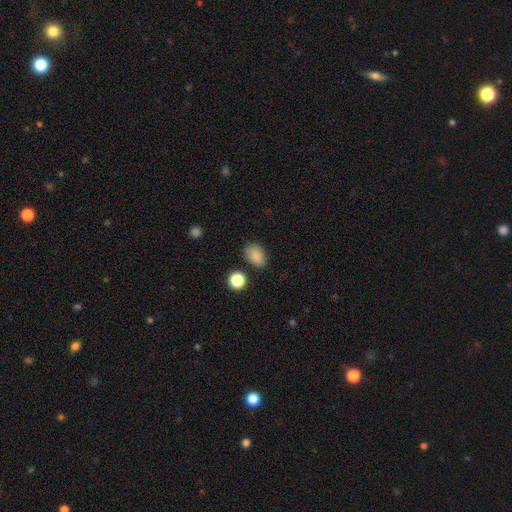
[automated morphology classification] A smooth galaxy with no disk features (86%) that is in between round and cigar-shaped (82%). Merging: none (79%).